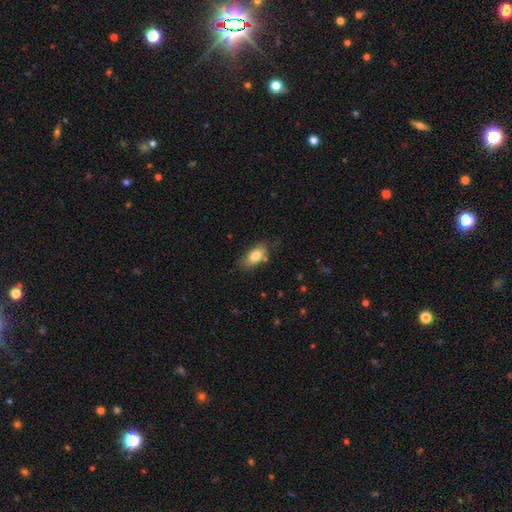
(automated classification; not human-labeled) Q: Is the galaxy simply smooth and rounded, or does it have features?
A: smooth — 83%.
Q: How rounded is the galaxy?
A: in between — 90%.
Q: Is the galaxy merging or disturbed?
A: none — 73%.